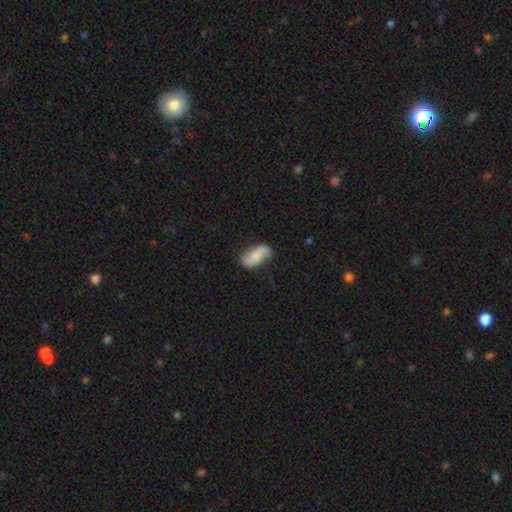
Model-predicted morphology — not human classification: Smooth or featured?
  - smooth: 49% *
  - featured or disk: 44%
  - star or artifact: 7%
Merging?
  - none: 74% *
  - minor disturbance: 20%
  - major disturbance: 5%
  - merger: 2%